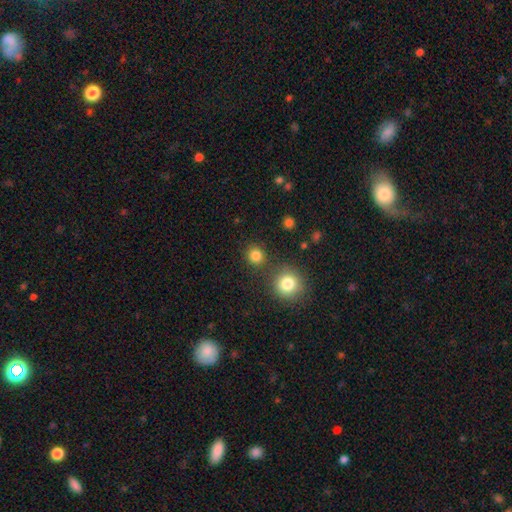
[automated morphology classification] Smooth or featured? smooth (83%)
How rounded? round (90%)
Merging? none (81%)